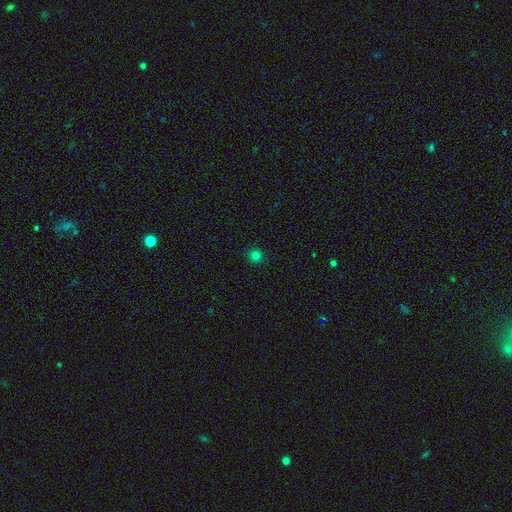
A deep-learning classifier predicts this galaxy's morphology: Smooth or featured?
  - smooth: 79% *
  - star or artifact: 17%
  - featured or disk: 4%
How rounded?
  - round: 95% *
  - in between: 4%
  - cigar-shaped: 1%
Merging?
  - none: 93% *
  - minor disturbance: 5%
  - major disturbance: 2%
  - merger: 1%